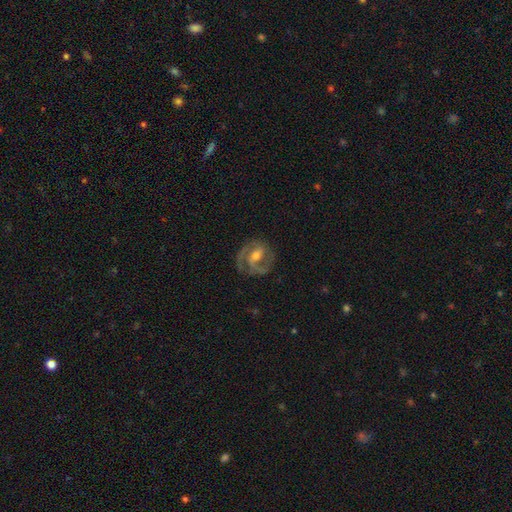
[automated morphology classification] Q: Smooth or featured?
A: featured or disk (82%); runner-up: smooth (12%)
Q: Edge-on disk?
A: no (97%); runner-up: yes (3%)
Q: Bar?
A: weak (47%); runner-up: no (31%)
Q: Spiral arms?
A: yes (92%); runner-up: no (8%)
Q: Spiral winding?
A: medium (48%); runner-up: tight (40%)
Q: Spiral arm count?
A: 2 (70%); runner-up: can't tell (10%)
Q: Bulge size?
A: moderate (59%); runner-up: small (30%)
Q: Merging?
A: none (71%); runner-up: minor disturbance (17%)